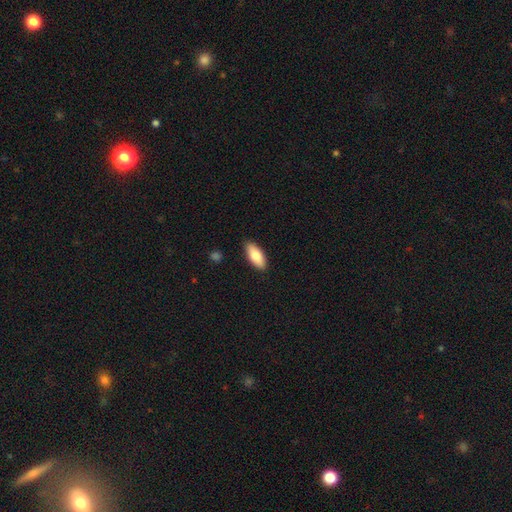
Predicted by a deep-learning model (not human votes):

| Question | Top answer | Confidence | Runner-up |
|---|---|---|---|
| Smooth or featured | smooth | 80% | featured or disk (14%) |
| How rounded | in between | 81% | cigar-shaped (17%) |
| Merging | none | 88% | minor disturbance (9%) |